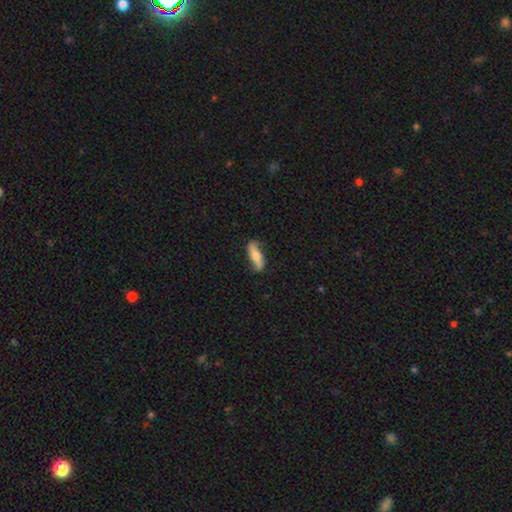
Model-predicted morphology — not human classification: Q: Smooth or featured?
A: featured or disk (55%); runner-up: smooth (39%)
Q: Edge-on disk?
A: no (72%); runner-up: yes (28%)
Q: Merging?
A: none (76%); runner-up: minor disturbance (18%)